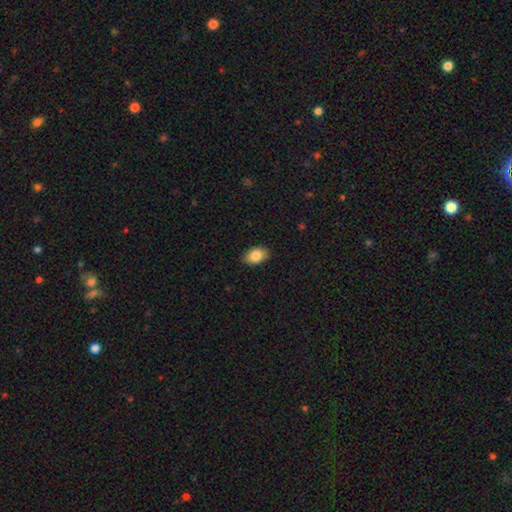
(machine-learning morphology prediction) This appears to be a smooth galaxy with no disk features (86%) that is in between round and cigar-shaped (83%). Merging: none (86%).